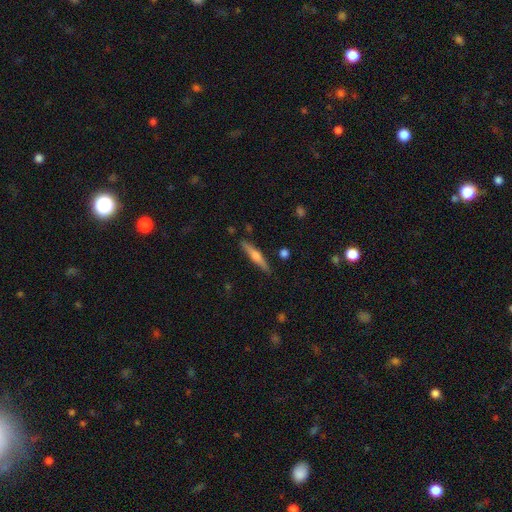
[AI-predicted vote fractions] Smooth or featured?
  - featured or disk: 58% *
  - smooth: 36%
  - star or artifact: 6%
Edge-on disk?
  - yes: 97% *
  - no: 3%
Edge-on bulge?
  - rounded: 85% *
  - boxy: 8%
  - none: 8%
Merging?
  - none: 89% *
  - minor disturbance: 8%
  - major disturbance: 2%
  - merger: 2%